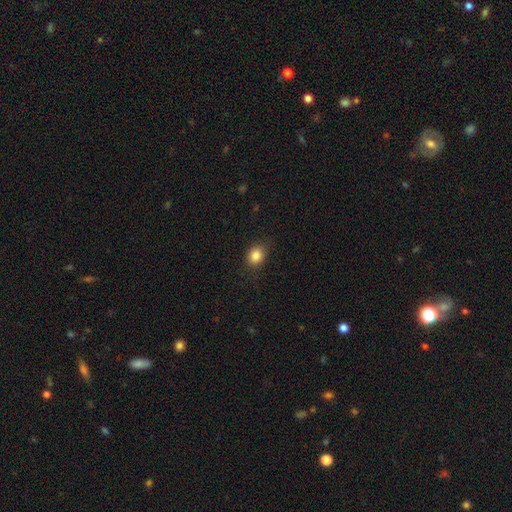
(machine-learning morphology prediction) Smooth or featured? smooth (85%)
How rounded? round (57%)
Merging? none (85%)